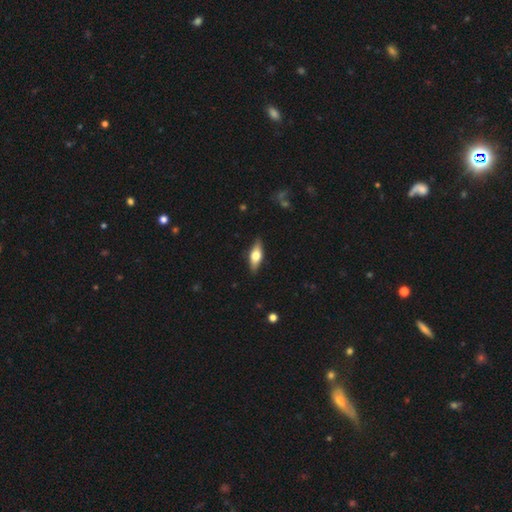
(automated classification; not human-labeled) A smooth galaxy with no disk features (52%) that is in between round and cigar-shaped (61%).

Vote fractions:
- Smooth or featured? smooth: 52% / featured or disk: 42% / star or artifact: 6%
- How rounded? in between: 61% / cigar-shaped: 35% / round: 3%
- Merging? none: 87% / minor disturbance: 9% / major disturbance: 2% / merger: 1%